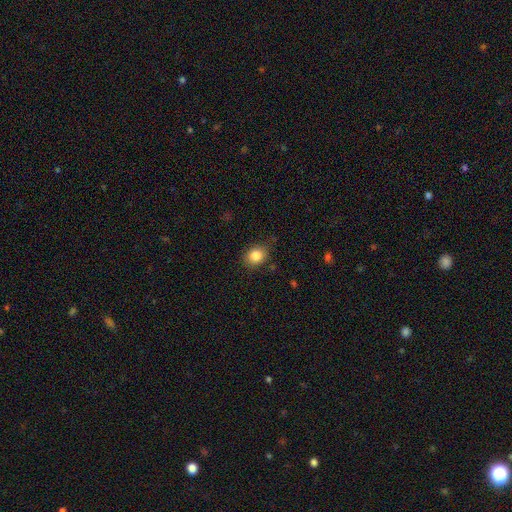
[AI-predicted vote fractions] smooth 84%, star or artifact 10%, featured or disk 6%. Down the decision tree: how rounded — round (59%); merging — none (80%).